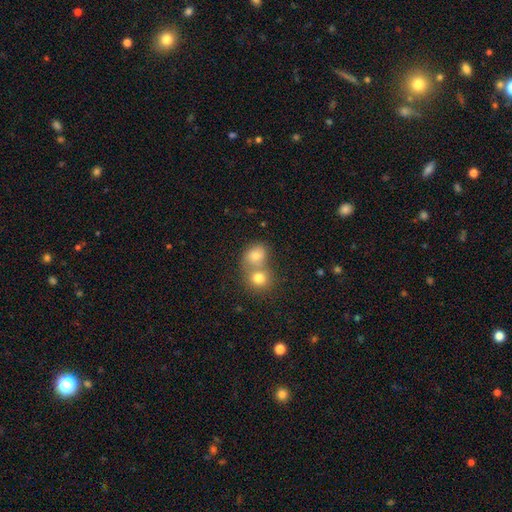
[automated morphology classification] A smooth galaxy with no disk features (77%) that is round (58%).

Vote fractions:
- Smooth or featured? smooth: 77% / featured or disk: 13% / star or artifact: 10%
- How rounded? round: 58% / in between: 41% / cigar-shaped: 1%
- Merging? merger: 58% / none: 32% / minor disturbance: 8% / major disturbance: 3%